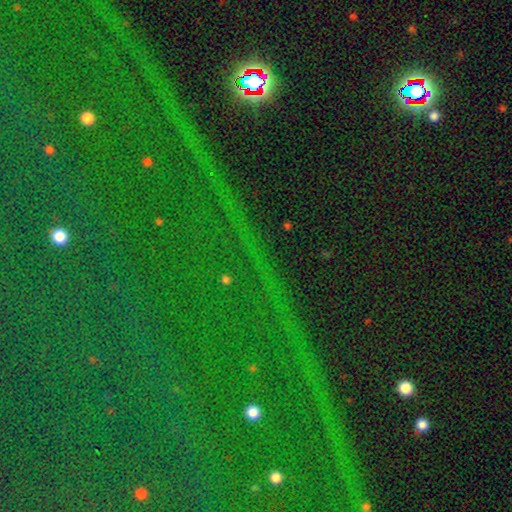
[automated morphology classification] A star or artifact, not a galaxy (79%).